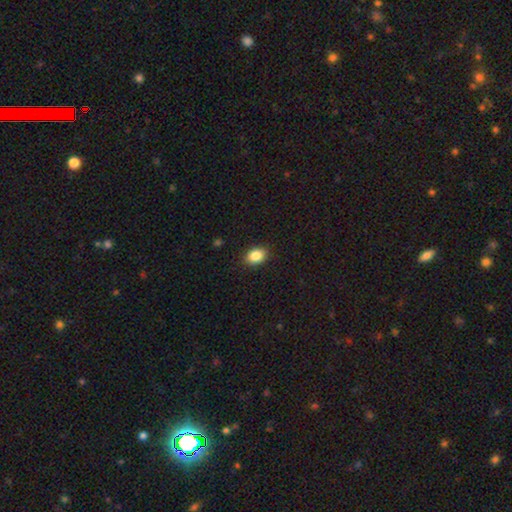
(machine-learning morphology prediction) smooth-or-featured: smooth: 87% | star or artifact: 9% | featured or disk: 5%
  how-rounded: in between: 74% | round: 25% | cigar-shaped: 1%
  merging: none: 89% | minor disturbance: 8% | major disturbance: 2% | merger: 1%